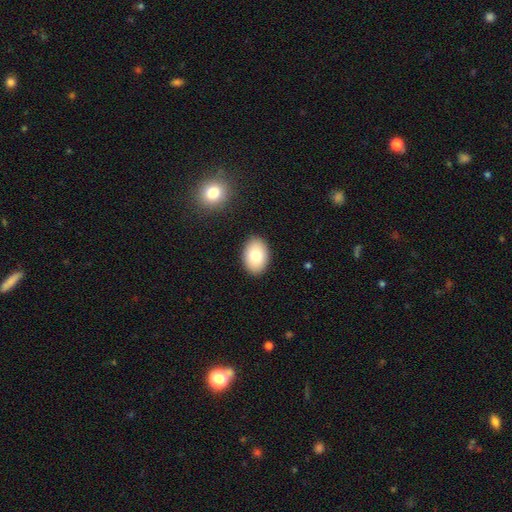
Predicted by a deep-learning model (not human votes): Smooth or featured: smooth — 79% (featured or disk — 13%)
How rounded: in between — 84% (round — 15%)
Merging: none — 88% (minor disturbance — 8%)